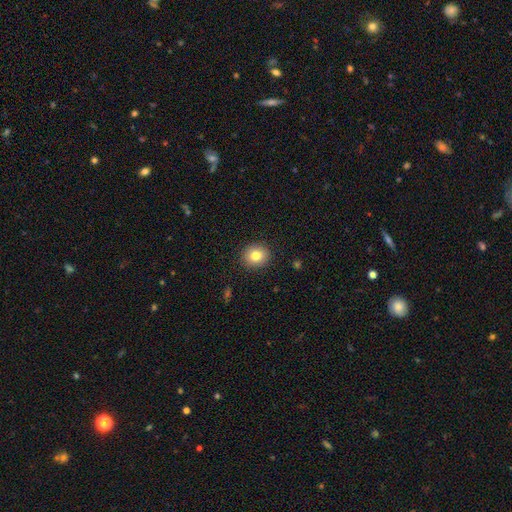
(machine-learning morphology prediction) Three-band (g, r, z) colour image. It shows a smooth galaxy with no disk features (80%) that is round (83%). Merging: none (91%).